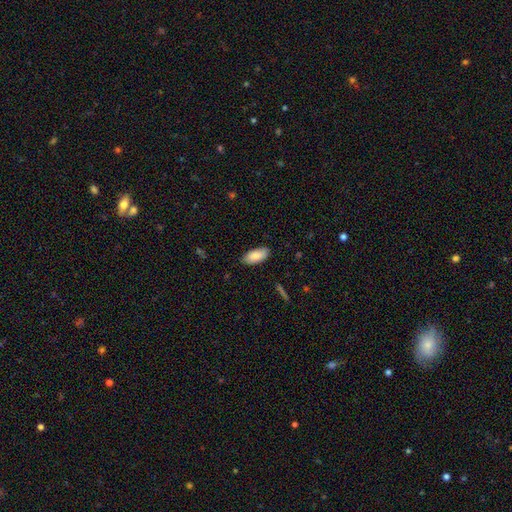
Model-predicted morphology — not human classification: Smooth or featured? Predicted: smooth (p=0.85). How rounded? Predicted: in between (p=0.90). Merging? Predicted: none (p=0.84).